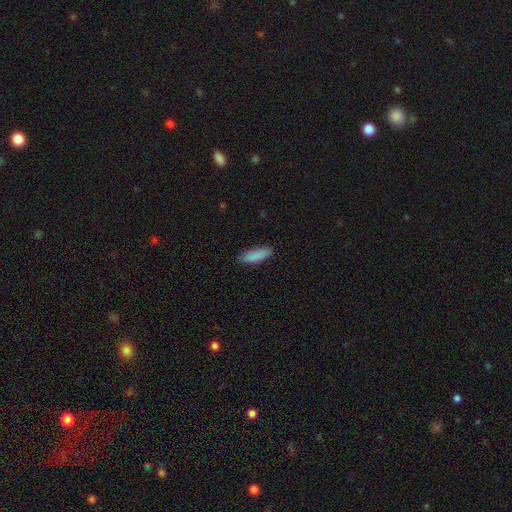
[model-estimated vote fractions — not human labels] This is clearly a smooth galaxy (89%). How rounded: possibly in between (53%). Merging: clearly none (84%).